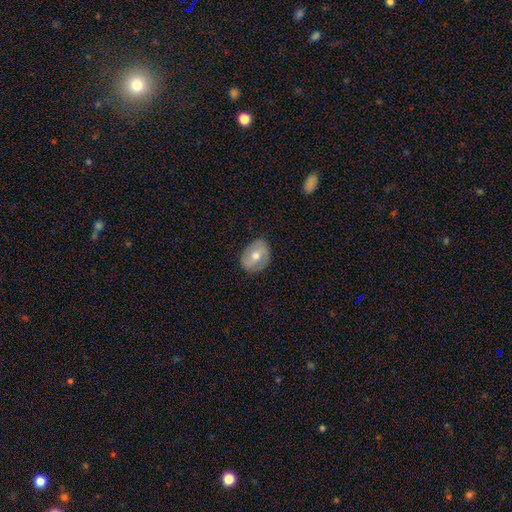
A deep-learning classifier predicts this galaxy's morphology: This appears to be a smooth galaxy with no disk features (56%) that is in between round and cigar-shaped (60%). Merging: none (83%).